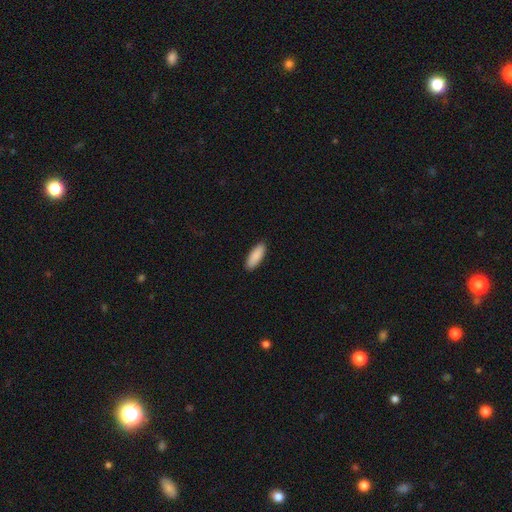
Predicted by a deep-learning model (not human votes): Morphology: type=smooth (90%); roundness=in between (67%); merging=none (90%).